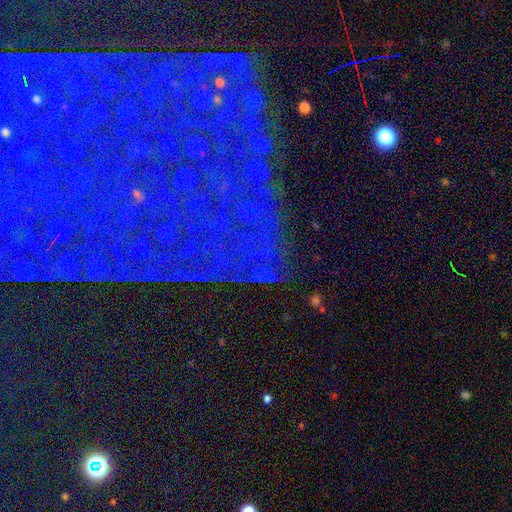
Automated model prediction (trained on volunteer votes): Q: Smooth or featured?
A: star or artifact (74%); runner-up: featured or disk (15%)